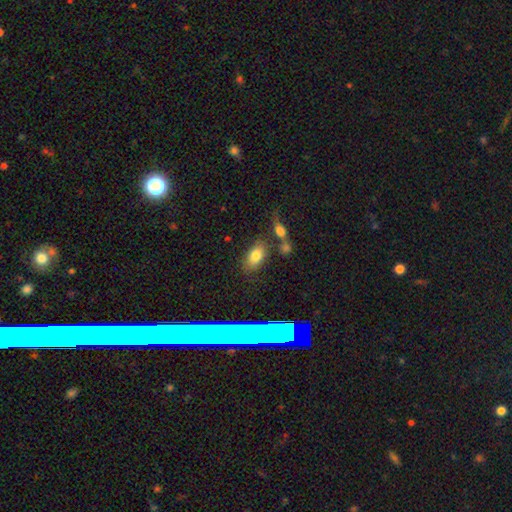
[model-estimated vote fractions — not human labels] smooth_or_featured: smooth (p=0.78) [alt: featured or disk p=0.12]
how_rounded: in between (p=0.88) [alt: round p=0.08]
merging: none (p=0.71) [alt: minor disturbance p=0.13]